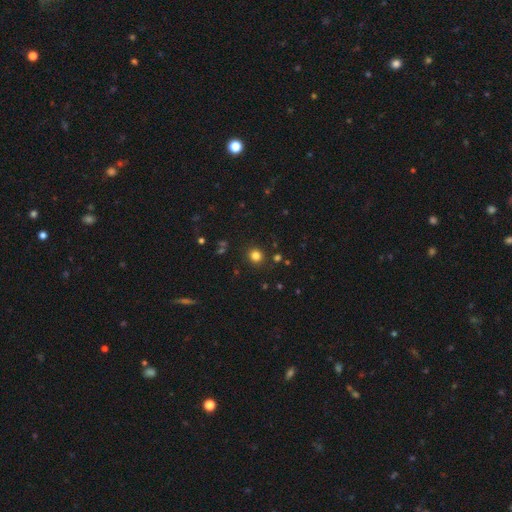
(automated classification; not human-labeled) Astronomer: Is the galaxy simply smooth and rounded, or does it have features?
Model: smooth — 81%.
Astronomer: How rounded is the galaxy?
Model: round — 88%.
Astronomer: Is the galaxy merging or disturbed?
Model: none — 89%.